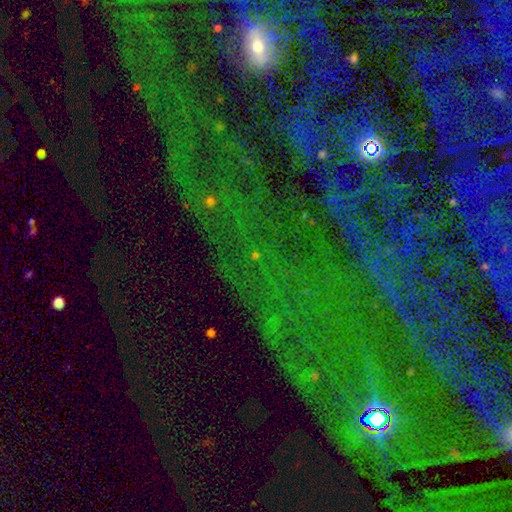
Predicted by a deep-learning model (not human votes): This is likely a star or artifact rather than a galaxy (75%).